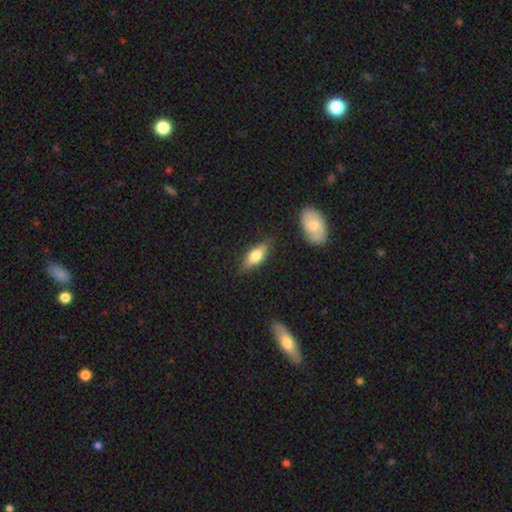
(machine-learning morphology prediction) Q: Smooth or featured?
A: smooth (55%); runner-up: featured or disk (38%)
Q: How rounded?
A: in between (63%); runner-up: cigar-shaped (34%)
Q: Merging?
A: none (79%); runner-up: minor disturbance (15%)